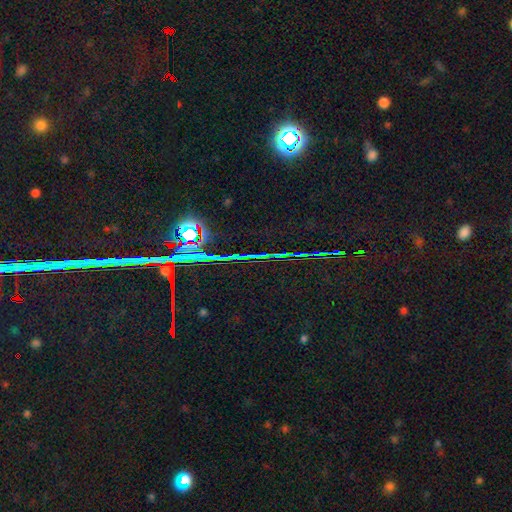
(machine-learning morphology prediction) Overall: star or artifact (83%).